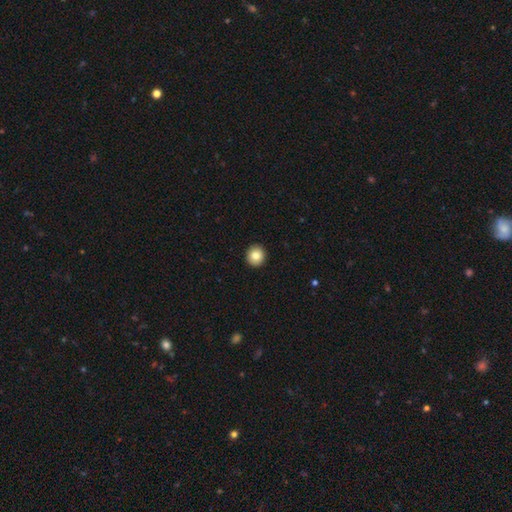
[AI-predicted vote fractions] Q: Smooth or featured?
A: smooth (84%); runner-up: star or artifact (9%)
Q: How rounded?
A: round (91%); runner-up: in between (8%)
Q: Merging?
A: none (93%); runner-up: minor disturbance (4%)